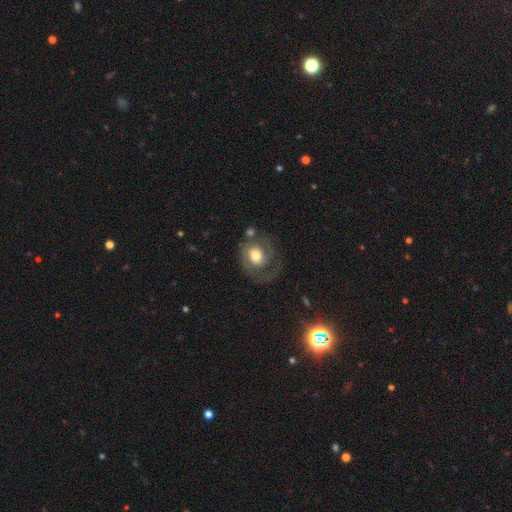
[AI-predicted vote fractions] The model was most divided on "smooth or featured": featured or disk: 56%, smooth: 37%, star or artifact: 7%. More confident: edge-on disk — no (97%); spiral arms — yes (73%); bar — no (73%); bulge size — moderate (61%); merging — none (51%).